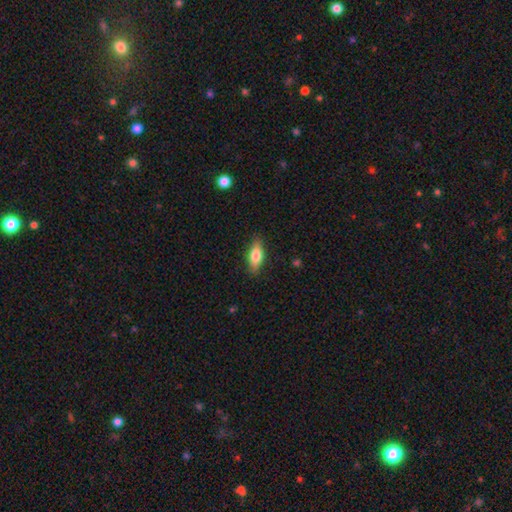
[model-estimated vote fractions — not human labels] smooth_or_featured: smooth (p=0.73) [alt: featured or disk p=0.20]
how_rounded: in between (p=0.74) [alt: cigar-shaped p=0.23]
merging: none (p=0.86) [alt: minor disturbance p=0.10]